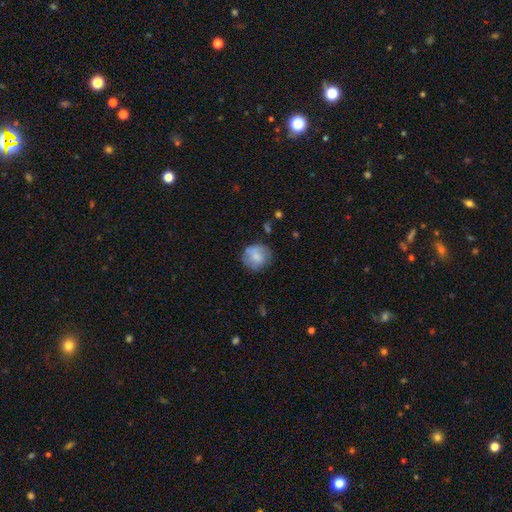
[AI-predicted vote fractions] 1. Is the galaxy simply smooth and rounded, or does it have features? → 66% smooth, 27% featured or disk, 8% star or artifact.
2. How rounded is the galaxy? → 87% round, 12% in between, 1% cigar-shaped.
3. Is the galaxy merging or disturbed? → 68% none, 22% minor disturbance, 8% major disturbance, 3% merger.